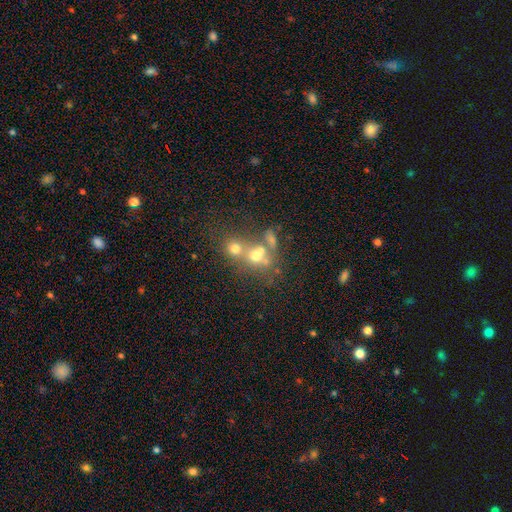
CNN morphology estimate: This is possibly a smooth galaxy (53%). How rounded: likely round (70%). Merging: possibly merger (54%).